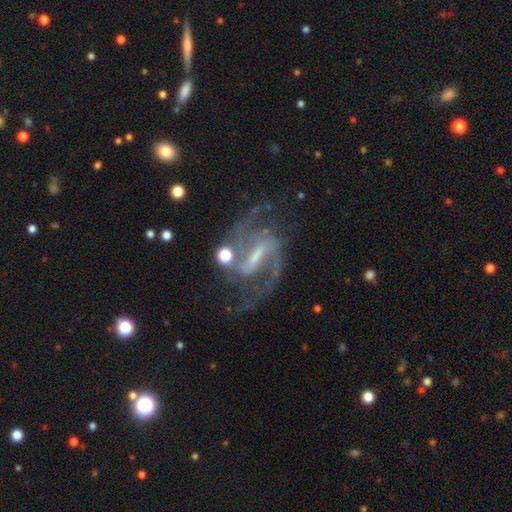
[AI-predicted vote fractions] Overall: featured or disk (91%). Edge-on disk: no (97%). Bar: strong (55%; weak 38%). Spiral arms: yes (98%). Spiral arm count: 2 (88%). Spiral winding: medium (61%; loose 22%). Bulge size: small (49%; moderate 25%). Merging: none (69%).